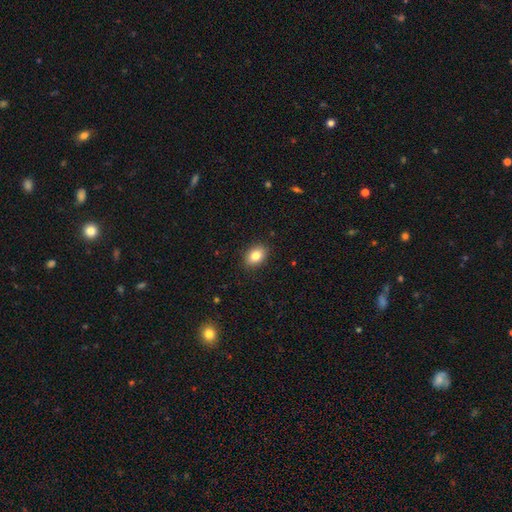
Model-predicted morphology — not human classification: A smooth galaxy with no disk features (82%) that is in between round and cigar-shaped (71%). Merging: none (89%).